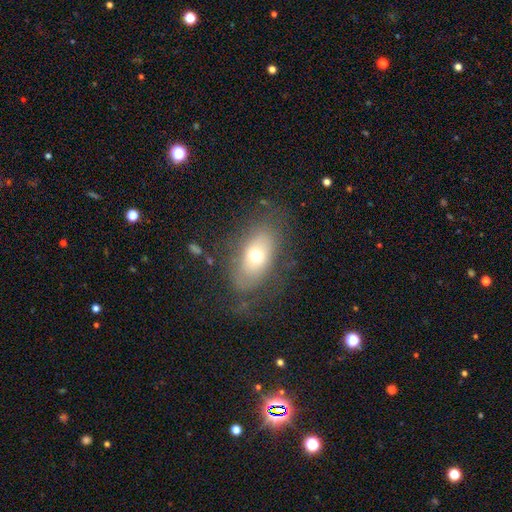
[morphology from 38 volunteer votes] Smooth or featured? smooth (58%)
How rounded? in between (100%)
Merging? none (60%)